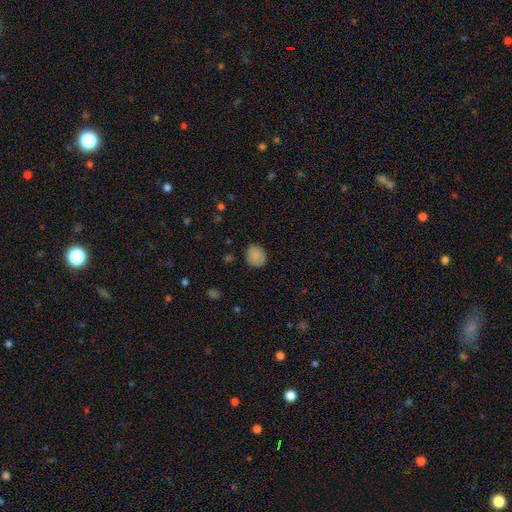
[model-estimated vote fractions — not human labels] smooth 85%, star or artifact 9%, featured or disk 6%. Down the decision tree: how rounded — round (73%); merging — none (81%).